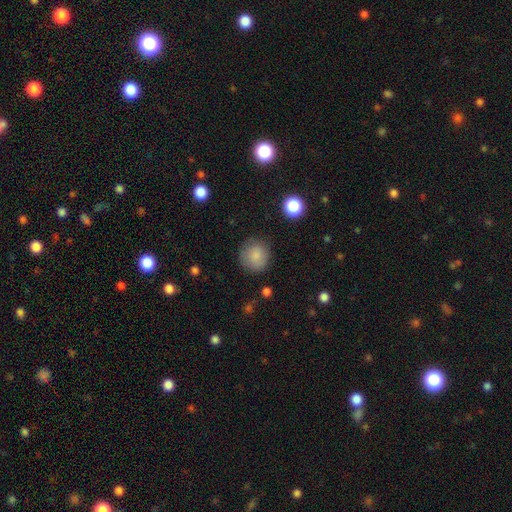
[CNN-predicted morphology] This appears to be a smooth galaxy with no disk features (84%) that is round (91%). Merging: none (81%).